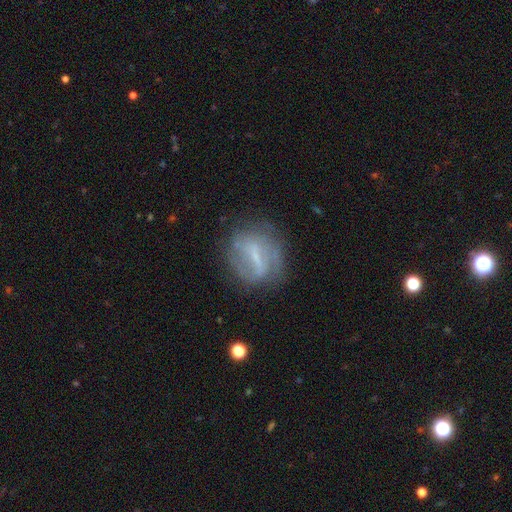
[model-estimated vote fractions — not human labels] This appears to be a featured or disk galaxy (66%) with a strong bar (48%), spiral arms (57%) and a small central bulge (54%). Merging: none (65%).